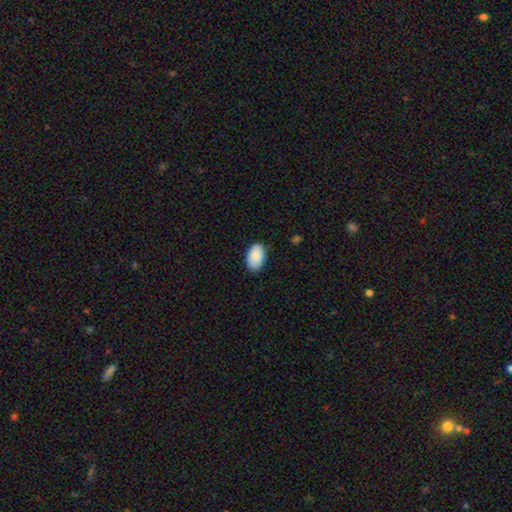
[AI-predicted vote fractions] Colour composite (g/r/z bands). It shows a smooth galaxy with no disk features (87%) that is in between round and cigar-shaped (93%). Merging: none (85%).